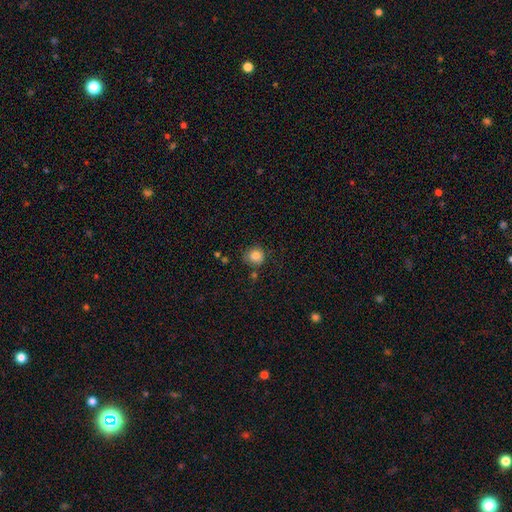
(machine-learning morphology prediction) Smooth or featured? smooth (84%)
How rounded? round (85%)
Merging? none (72%)